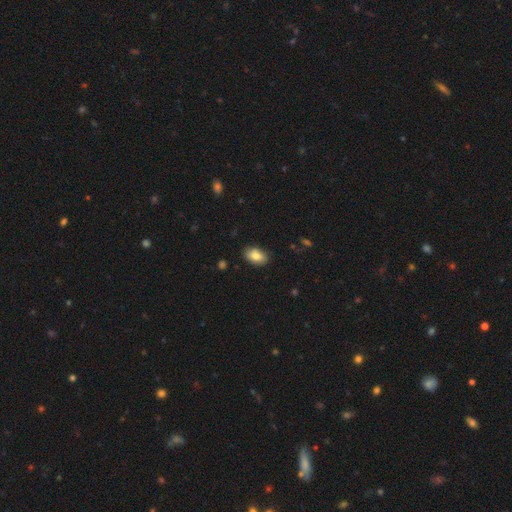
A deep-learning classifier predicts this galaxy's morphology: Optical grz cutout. It shows a smooth galaxy with no disk features (83%) that is in between round and cigar-shaped (91%). Merging: none (83%).